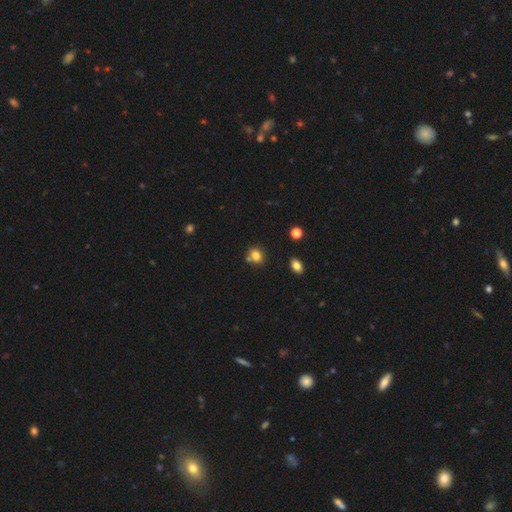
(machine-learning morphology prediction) Smooth or featured: smooth — 80% (star or artifact — 12%)
How rounded: round — 69% (in between — 30%)
Merging: none — 67% (merger — 18%)